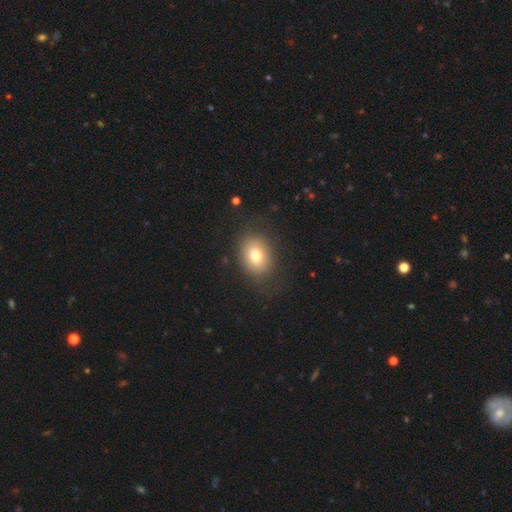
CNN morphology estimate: Q: Smooth or featured?
A: smooth (77%); runner-up: featured or disk (13%)
Q: How rounded?
A: in between (61%); runner-up: round (38%)
Q: Merging?
A: none (79%); runner-up: minor disturbance (14%)